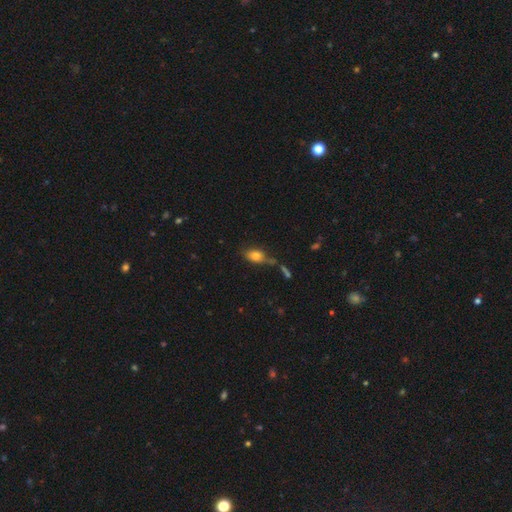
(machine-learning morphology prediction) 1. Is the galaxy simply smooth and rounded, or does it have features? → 75% smooth, 15% featured or disk, 10% star or artifact.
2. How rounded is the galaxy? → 81% in between, 12% round, 7% cigar-shaped.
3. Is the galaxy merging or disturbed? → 46% none, 21% minor disturbance, 21% merger, 12% major disturbance.